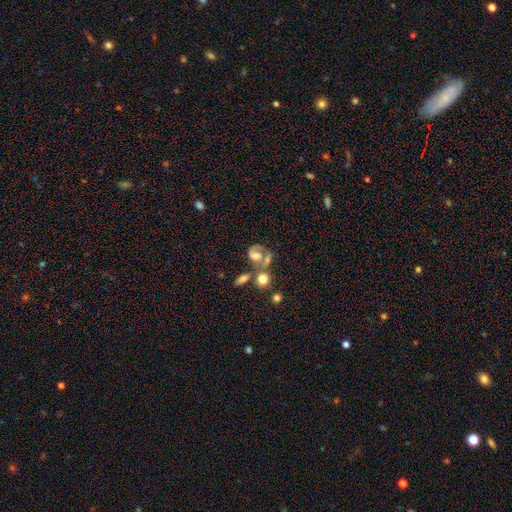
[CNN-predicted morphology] A featured or disk galaxy (56%) with no bar (61%), spiral arms (68%) and a moderate central bulge (36%). Merging: merger (36%).